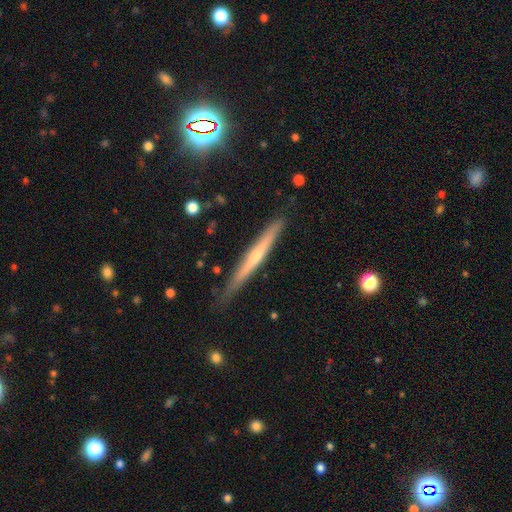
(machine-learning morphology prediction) smooth-or-featured: featured or disk: 63% | smooth: 30% | star or artifact: 7%
  disk-edge-on: yes: 97% | no: 3%
    edge-on-bulge: rounded: 57% | none: 40% | boxy: 4%
  merging: none: 86% | minor disturbance: 11% | major disturbance: 2% | merger: 1%